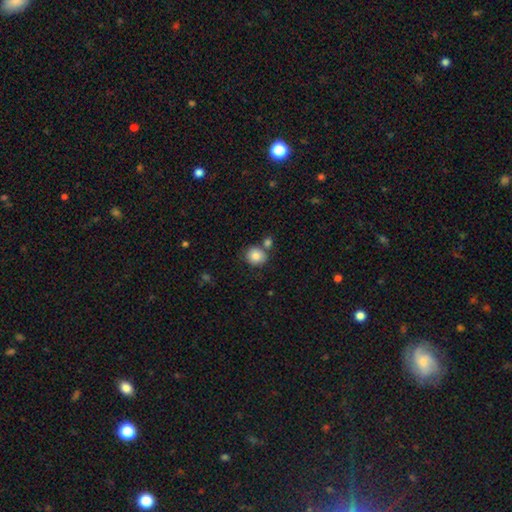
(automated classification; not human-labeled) smooth-or-featured: smooth: 83% | star or artifact: 9% | featured or disk: 8%
  how-rounded: round: 82% | in between: 17% | cigar-shaped: 1%
  merging: none: 68% | merger: 18% | minor disturbance: 11% | major disturbance: 3%